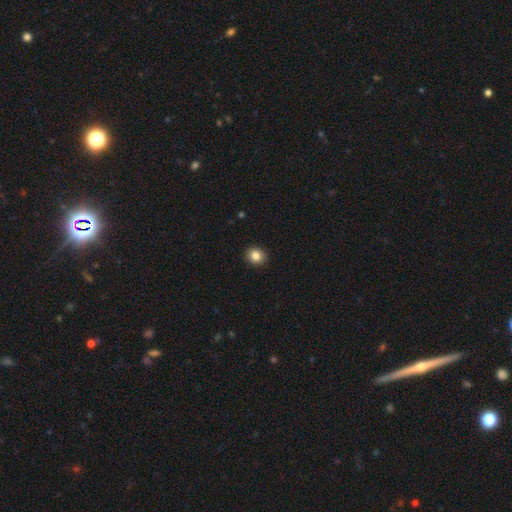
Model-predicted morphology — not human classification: Smooth or featured?
  - smooth: 85% *
  - star or artifact: 10%
  - featured or disk: 5%
How rounded?
  - round: 74% *
  - in between: 25%
  - cigar-shaped: 1%
Merging?
  - none: 92% *
  - minor disturbance: 5%
  - major disturbance: 2%
  - merger: 1%